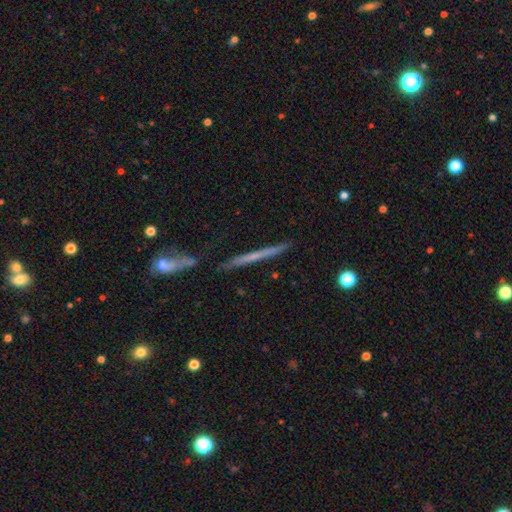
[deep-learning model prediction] Smooth or featured? featured or disk (52%)
Edge-on disk? yes (94%)
Merging? none (76%)